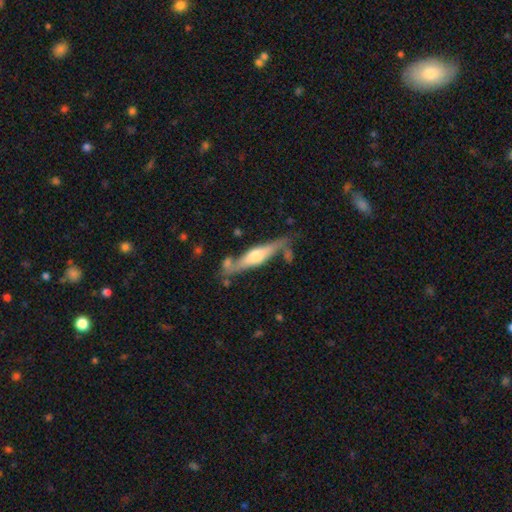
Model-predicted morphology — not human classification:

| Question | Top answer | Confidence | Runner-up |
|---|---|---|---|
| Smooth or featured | featured or disk | 65% | smooth (30%) |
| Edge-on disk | yes | 92% | no (8%) |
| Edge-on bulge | rounded | 88% | boxy (8%) |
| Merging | none | 69% | minor disturbance (17%) |